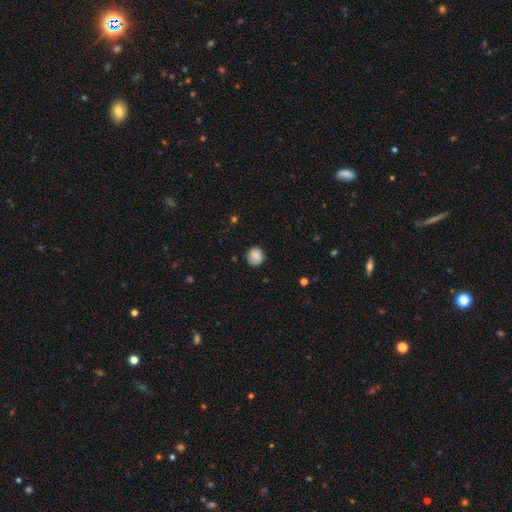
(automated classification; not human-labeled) This appears to be a smooth galaxy with no disk features (83%) that is round (83%). Merging: none (74%).